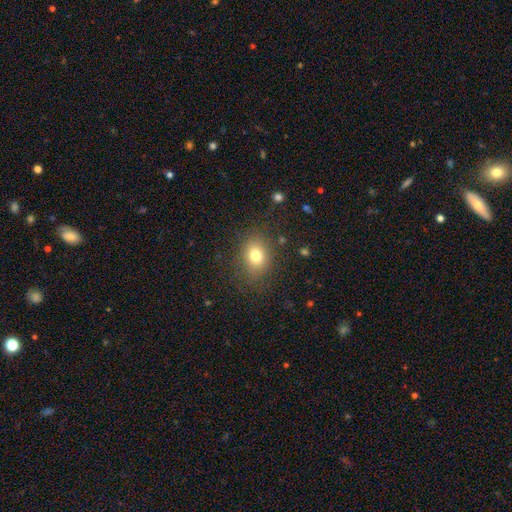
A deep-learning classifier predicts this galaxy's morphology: Smooth or featured: smooth — 77% (star or artifact — 13%)
How rounded: in between — 54% (round — 45%)
Merging: none — 81% (minor disturbance — 12%)